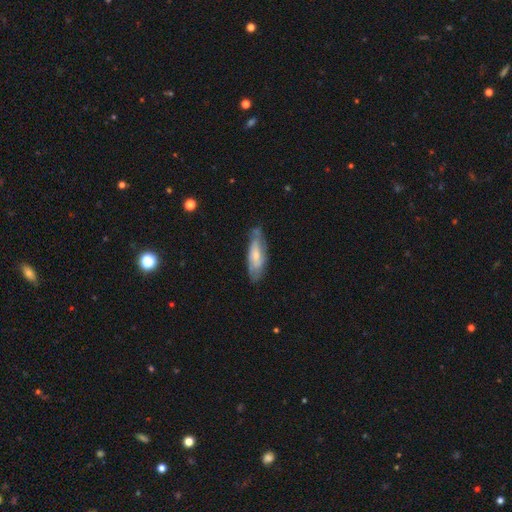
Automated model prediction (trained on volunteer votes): This appears to be a featured or disk galaxy (52%). Merging: none (64%).